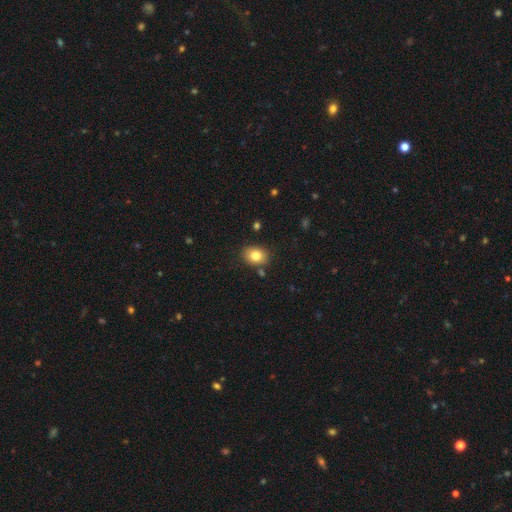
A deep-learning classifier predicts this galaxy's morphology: This is clearly a smooth galaxy (81%). How rounded: likely in between (60%). Merging: clearly none (84%).